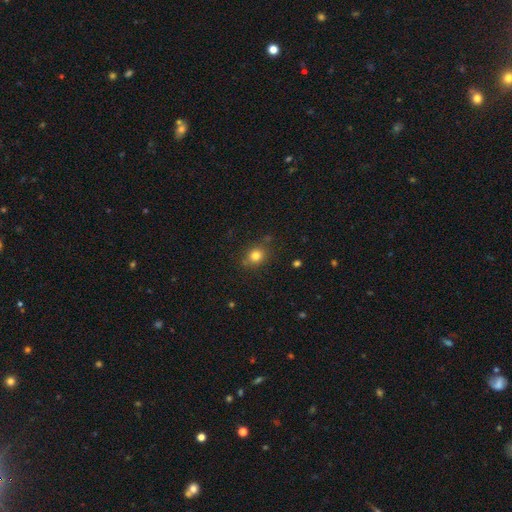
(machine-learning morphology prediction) The model was most divided on "how rounded": round: 61%, in between: 37%, cigar-shaped: 1%. More confident: smooth or featured — smooth (81%); merging — none (80%).